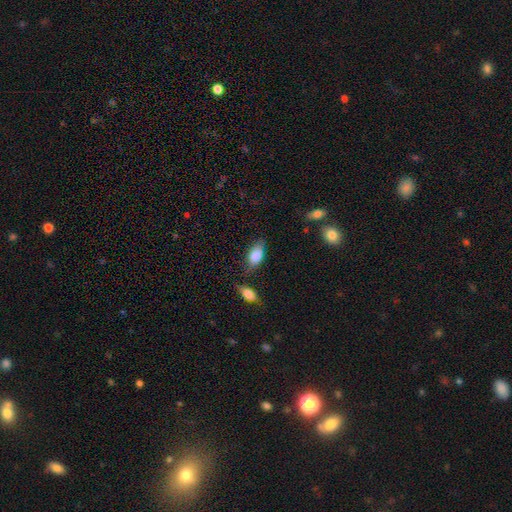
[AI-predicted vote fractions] Smooth or featured? Predicted: smooth (p=0.82). How rounded? Predicted: in between (p=0.90). Merging? Predicted: none (p=0.69).